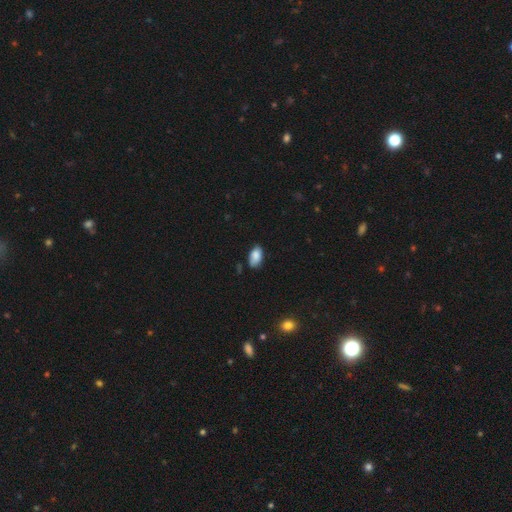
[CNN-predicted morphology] A smooth galaxy with no disk features (84%) that is in between round and cigar-shaped (94%).

Vote fractions:
- Smooth or featured? smooth: 84% / star or artifact: 8% / featured or disk: 8%
- How rounded? in between: 94% / round: 4% / cigar-shaped: 2%
- Merging? none: 70% / minor disturbance: 24% / major disturbance: 4% / merger: 2%